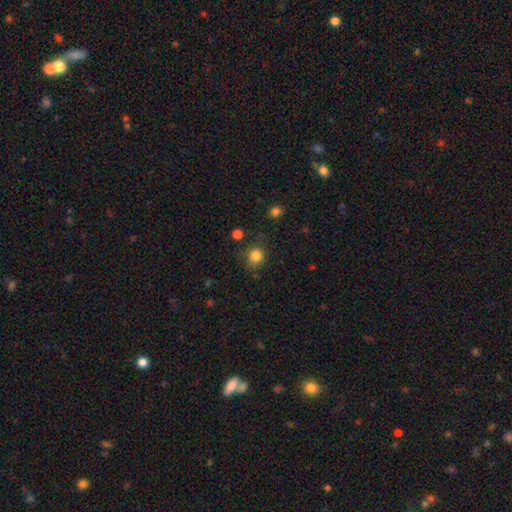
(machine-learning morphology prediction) This is clearly a smooth galaxy (83%). How rounded: clearly round (84%). Merging: likely none (75%).